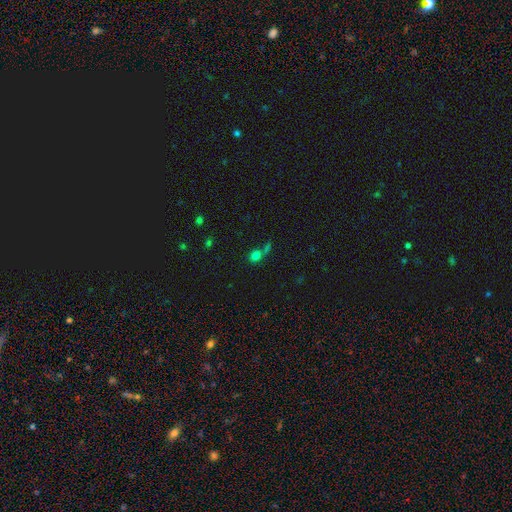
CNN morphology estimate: smooth-or-featured: smooth: 72% | star or artifact: 18% | featured or disk: 10%
  how-rounded: round: 66% | in between: 32% | cigar-shaped: 2%
  merging: none: 47% | merger: 29% | minor disturbance: 12% | major disturbance: 11%